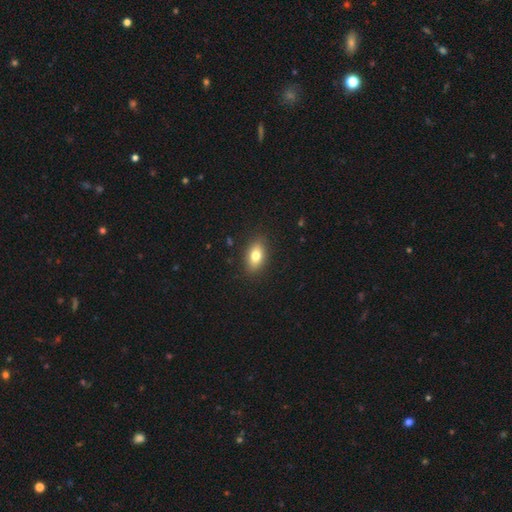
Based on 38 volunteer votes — Smooth or featured?
  - smooth: 74% *
  - featured or disk: 18%
  - star or artifact: 8%
How rounded?
  - in between: 86% *
  - cigar-shaped: 11%
  - round: 4%
Merging?
  - none: 89% *
  - minor disturbance: 9%
  - merger: 3%
  - major disturbance: 0%